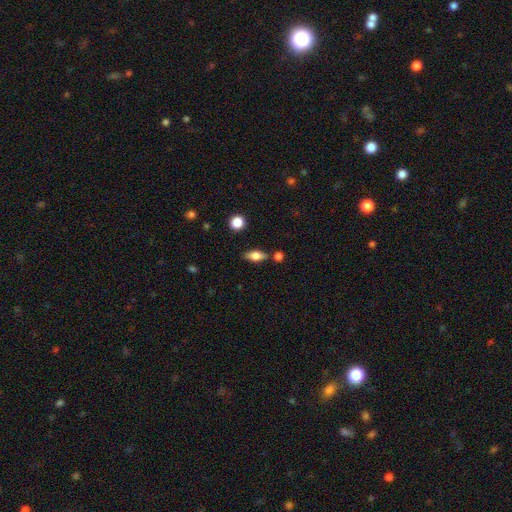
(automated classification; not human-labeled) Smooth or featured? Predicted: smooth (p=0.73). How rounded? Predicted: in between (p=0.77). Merging? Predicted: none (p=0.76).